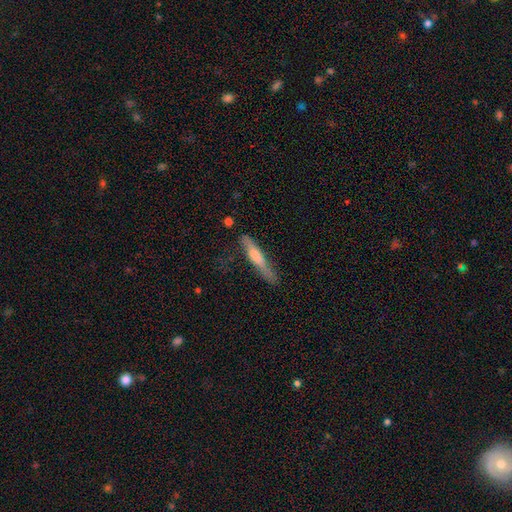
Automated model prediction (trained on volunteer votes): smooth 51%, featured or disk 43%, star or artifact 6%. Down the decision tree: how rounded — cigar-shaped (92%); merging — none (66%).